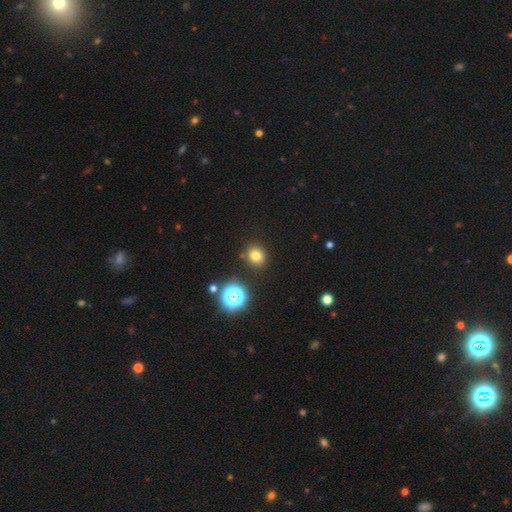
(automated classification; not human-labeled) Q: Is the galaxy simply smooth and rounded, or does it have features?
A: smooth — 76%.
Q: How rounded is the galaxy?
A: round — 74%.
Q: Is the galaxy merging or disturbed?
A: none — 86%.